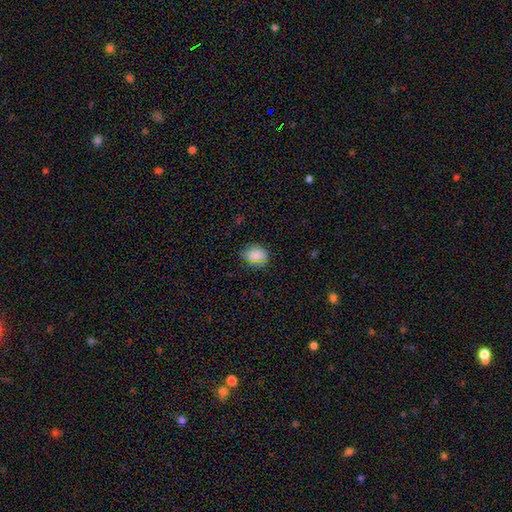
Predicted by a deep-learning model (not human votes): A smooth galaxy with no disk features (81%) that is in between round and cigar-shaped (52%).

Vote fractions:
- Smooth or featured? smooth: 81% / star or artifact: 14% / featured or disk: 5%
- How rounded? in between: 52% / round: 46% / cigar-shaped: 2%
- Merging? none: 80% / minor disturbance: 15% / major disturbance: 3% / merger: 1%